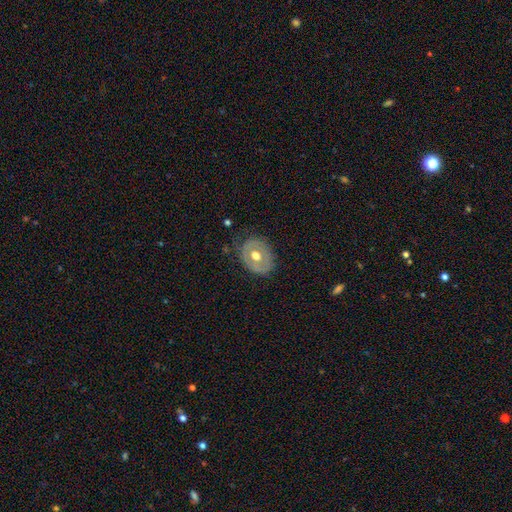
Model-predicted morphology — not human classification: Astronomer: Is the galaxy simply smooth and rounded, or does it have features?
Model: featured or disk — 53% (runner-up: smooth, 40%).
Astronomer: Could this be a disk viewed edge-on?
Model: no — 93%.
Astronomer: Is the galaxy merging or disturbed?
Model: none — 74%.